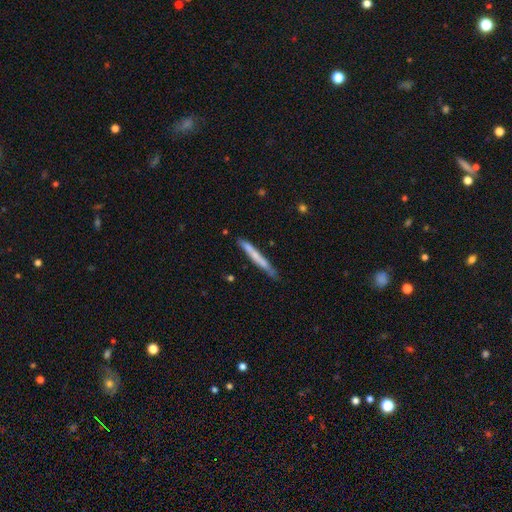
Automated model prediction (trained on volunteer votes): Q: Smooth or featured?
A: smooth (54%); runner-up: featured or disk (40%)
Q: How rounded?
A: cigar-shaped (96%); runner-up: in between (2%)
Q: Merging?
A: none (76%); runner-up: minor disturbance (18%)